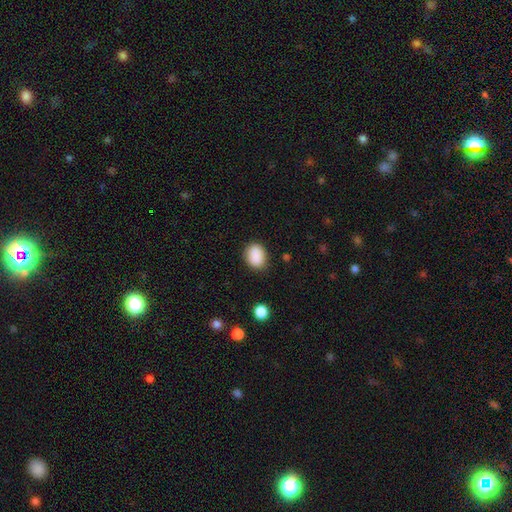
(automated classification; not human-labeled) The model was most divided on "how rounded": in between: 64%, round: 35%, cigar-shaped: 1%. More confident: smooth or featured — smooth (88%); merging — none (82%).